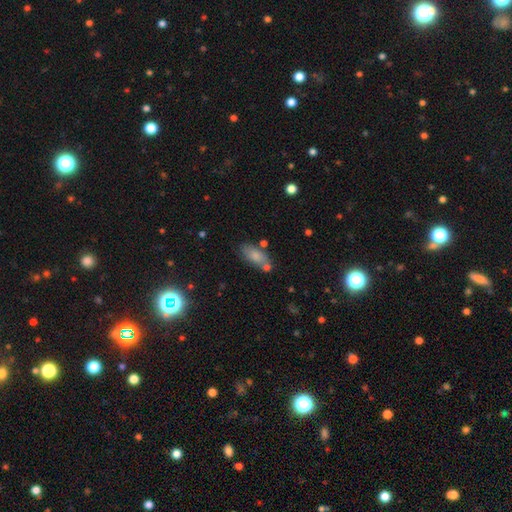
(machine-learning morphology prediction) A smooth galaxy with no disk features (79%) that is in between round and cigar-shaped (82%). Merging: none (65%).